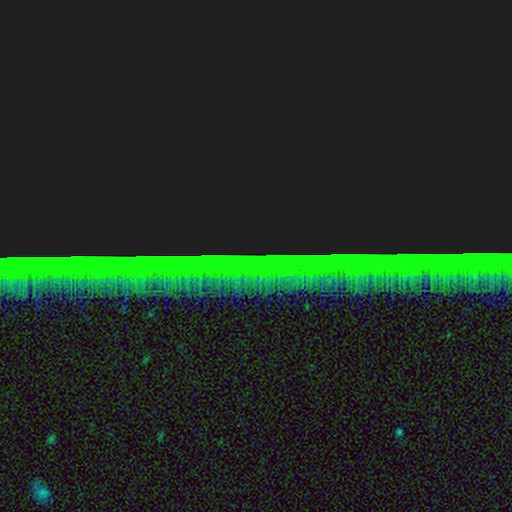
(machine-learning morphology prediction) smooth_or_featured: star or artifact (p=0.87) [alt: featured or disk p=0.07]